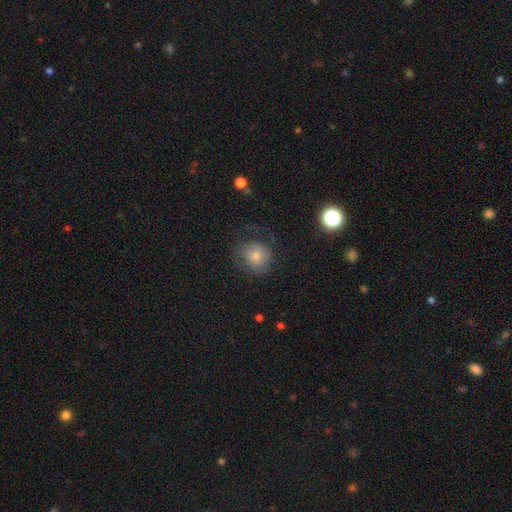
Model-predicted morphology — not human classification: smooth 53%, featured or disk 34%, star or artifact 13%. Down the decision tree: how rounded — round (83%); merging — none (59%).